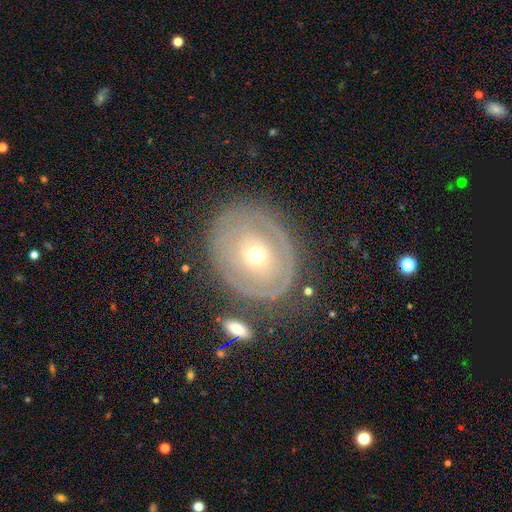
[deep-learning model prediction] featured or disk 66%, smooth 27%, star or artifact 7%. Down the decision tree: edge-on disk — no (94%); bar — no (82%); spiral arms — no (58%); bulge size — moderate (56%); merging — none (72%).